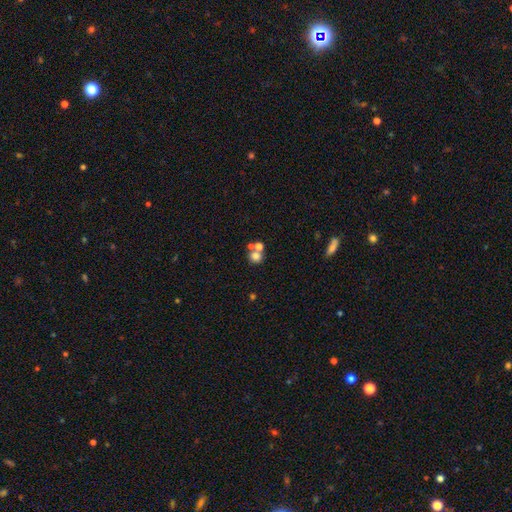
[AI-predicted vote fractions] Overall: smooth (72%). How rounded: round (79%). Merging: merger (45%; none 43%).